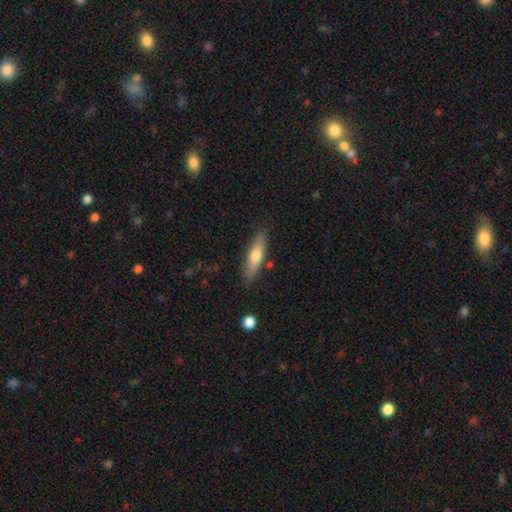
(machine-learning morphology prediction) Smooth or featured? smooth (63%)
How rounded? cigar-shaped (65%)
Merging? none (82%)